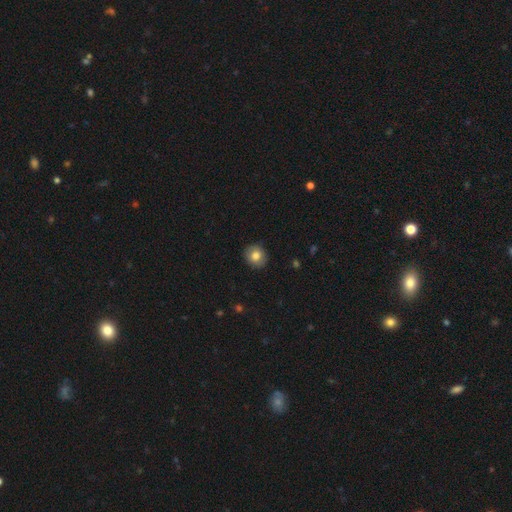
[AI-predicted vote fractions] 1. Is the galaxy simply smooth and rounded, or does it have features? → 81% smooth, 10% featured or disk, 9% star or artifact.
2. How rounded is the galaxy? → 84% round, 15% in between, 1% cigar-shaped.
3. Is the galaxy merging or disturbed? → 90% none, 8% minor disturbance, 2% major disturbance, 1% merger.